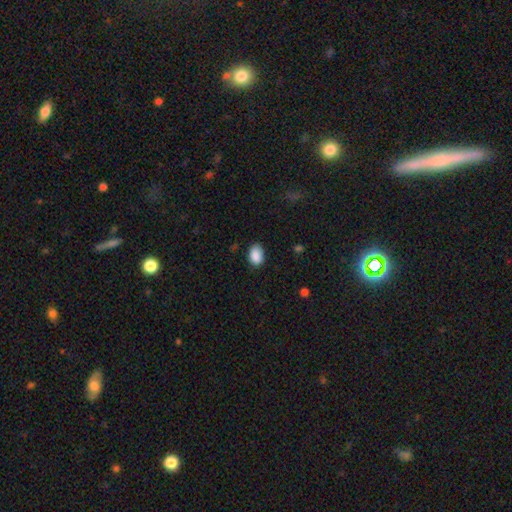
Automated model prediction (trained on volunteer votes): Smooth or featured: smooth — 90% (star or artifact — 7%)
How rounded: in between — 86% (round — 13%)
Merging: none — 80% (minor disturbance — 16%)